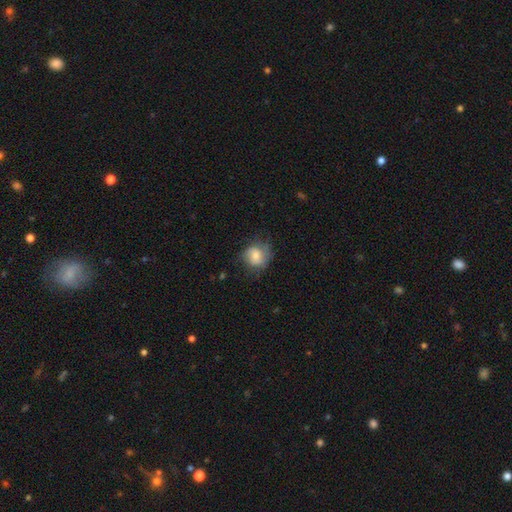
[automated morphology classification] Overall: smooth (67%). How rounded: round (76%). Merging: none (61%; minor disturbance 26%).